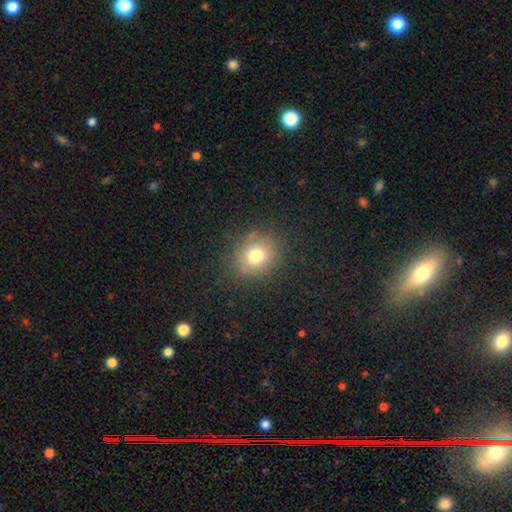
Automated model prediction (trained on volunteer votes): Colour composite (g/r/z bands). It shows a smooth galaxy with no disk features (73%) that is round (67%). Merging: none (80%).